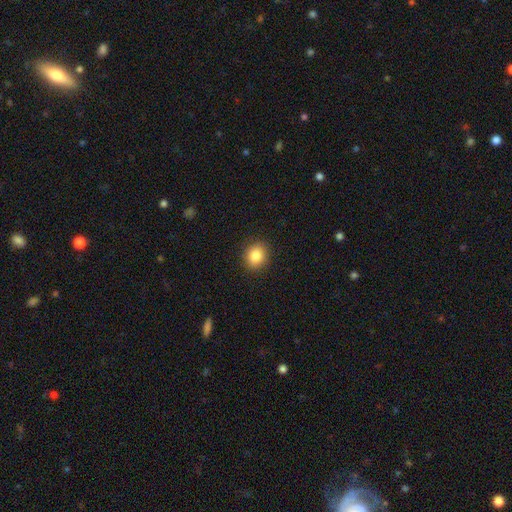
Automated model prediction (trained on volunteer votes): A smooth galaxy with no disk features (85%) that is round (74%). Merging: none (90%).